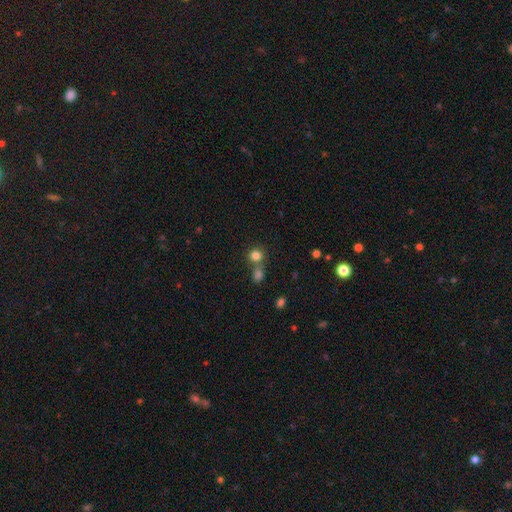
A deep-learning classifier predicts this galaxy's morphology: smooth-or-featured: smooth: 80% | star or artifact: 13% | featured or disk: 7%
  how-rounded: round: 85% | in between: 14% | cigar-shaped: 1%
  merging: none: 57% | merger: 32% | minor disturbance: 8% | major disturbance: 3%